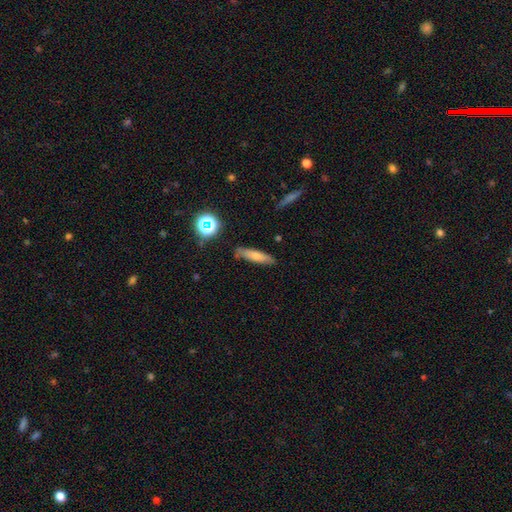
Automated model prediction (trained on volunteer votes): Smooth or featured?
  - smooth: 67% *
  - featured or disk: 24%
  - star or artifact: 10%
How rounded?
  - cigar-shaped: 75% *
  - in between: 23%
  - round: 3%
Merging?
  - none: 81% *
  - minor disturbance: 13%
  - merger: 3%
  - major disturbance: 3%